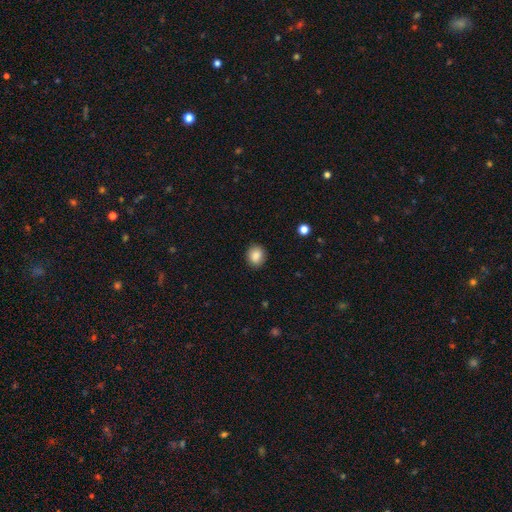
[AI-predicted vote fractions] A smooth galaxy with no disk features (87%) that is round (69%). Merging: none (90%).